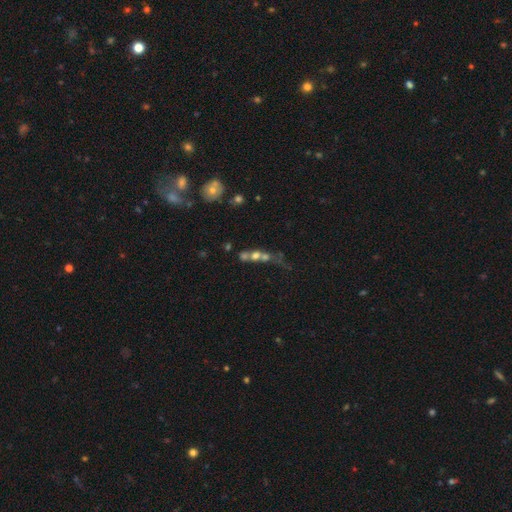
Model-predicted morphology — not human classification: A smooth galaxy with no disk features (49%).

Vote fractions:
- Smooth or featured? smooth: 49% / featured or disk: 32% / star or artifact: 18%
- Merging? merger: 58% / none: 23% / major disturbance: 11% / minor disturbance: 8%